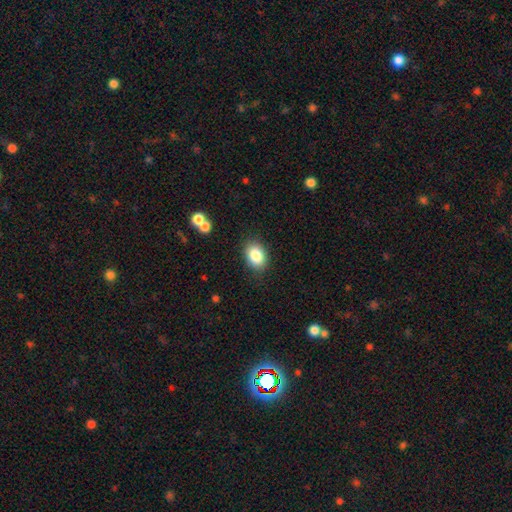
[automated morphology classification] smooth-or-featured: smooth: 84% | star or artifact: 8% | featured or disk: 7%
  how-rounded: in between: 77% | round: 22% | cigar-shaped: 1%
  merging: none: 85% | minor disturbance: 11% | major disturbance: 3% | merger: 2%